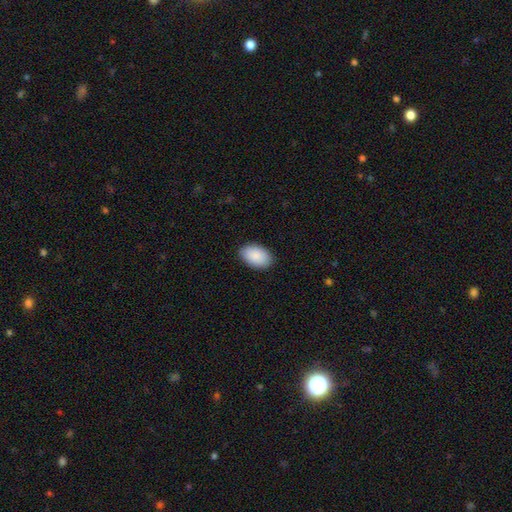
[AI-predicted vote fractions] Smooth or featured?
  - smooth: 90% *
  - star or artifact: 6%
  - featured or disk: 4%
How rounded?
  - in between: 94% *
  - round: 5%
  - cigar-shaped: 1%
Merging?
  - none: 89% *
  - minor disturbance: 9%
  - major disturbance: 2%
  - merger: 1%